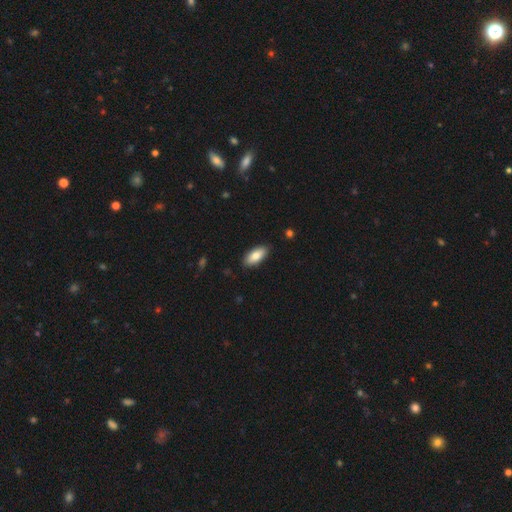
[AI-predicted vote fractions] Overall: smooth (82%). How rounded: in between (86%). Merging: none (89%).